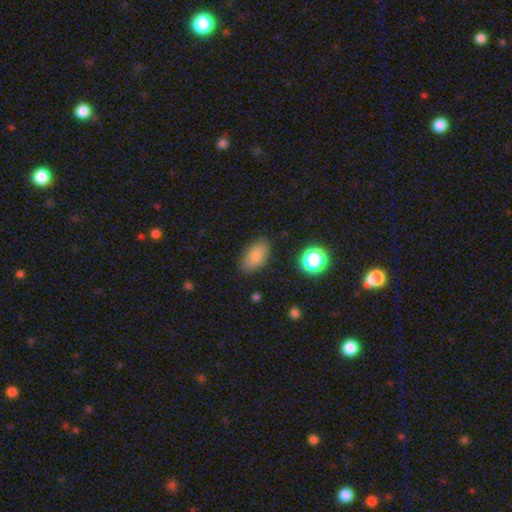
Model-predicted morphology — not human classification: type=smooth (81%); roundness=in between (90%); merging=none (79%).